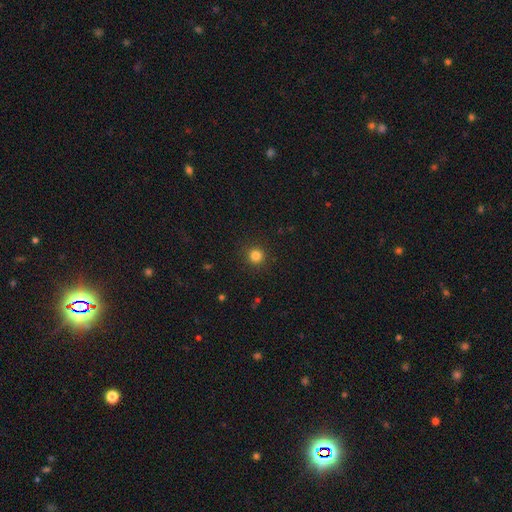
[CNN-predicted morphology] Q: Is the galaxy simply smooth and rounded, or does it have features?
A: smooth — 83%.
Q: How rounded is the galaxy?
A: round — 95%.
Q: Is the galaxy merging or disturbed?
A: none — 91%.